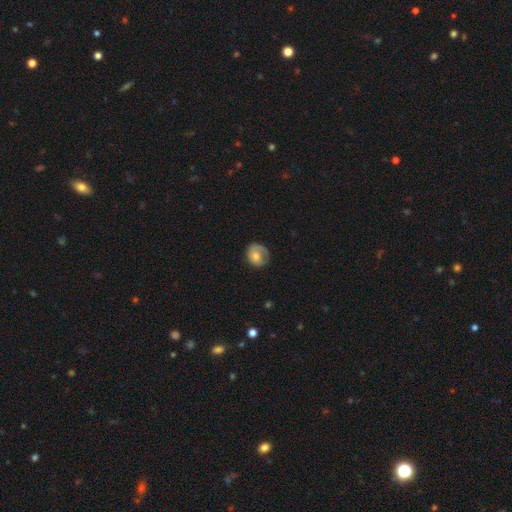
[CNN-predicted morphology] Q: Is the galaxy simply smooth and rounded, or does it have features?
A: smooth — 59%.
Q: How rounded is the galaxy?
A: round — 65%.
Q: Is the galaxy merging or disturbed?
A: none — 54%.